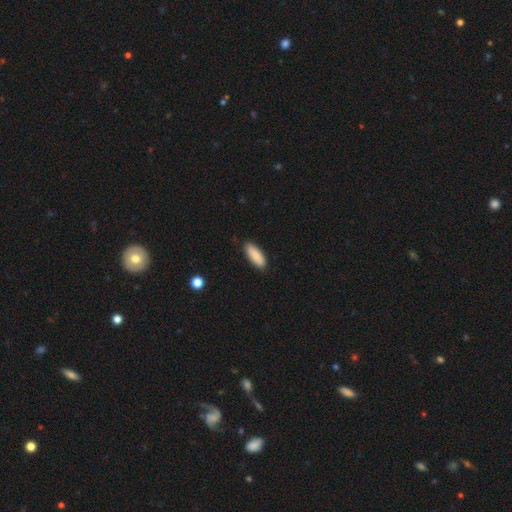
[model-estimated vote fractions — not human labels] Morphology: type=smooth (88%); roundness=in between (64%); merging=none (87%).